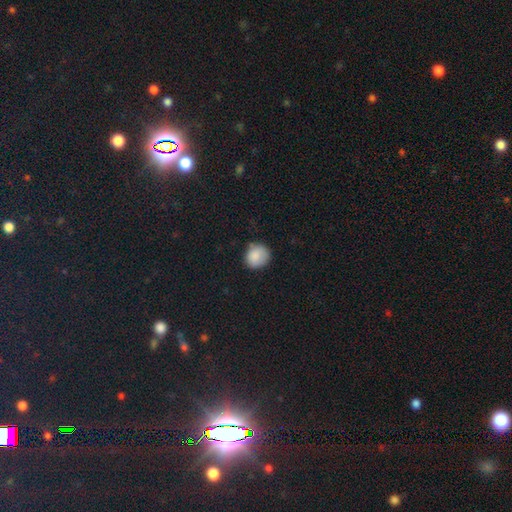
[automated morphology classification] smooth-or-featured: smooth: 86% | star or artifact: 8% | featured or disk: 6%
  how-rounded: round: 75% | in between: 24% | cigar-shaped: 1%
  merging: none: 71% | minor disturbance: 23% | major disturbance: 4% | merger: 2%